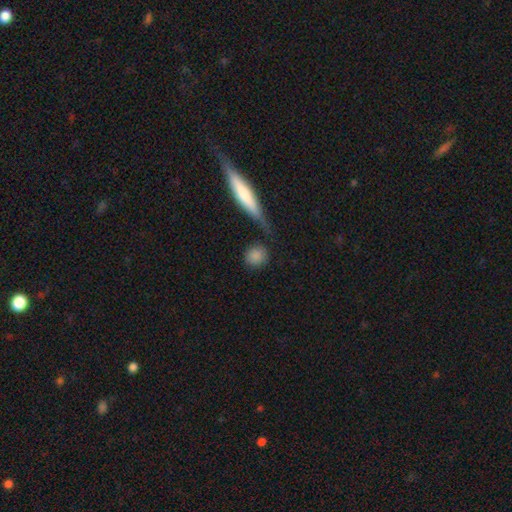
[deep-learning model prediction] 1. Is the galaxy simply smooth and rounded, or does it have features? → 84% smooth, 9% star or artifact, 7% featured or disk.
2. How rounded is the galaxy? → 82% round, 14% in between, 5% cigar-shaped.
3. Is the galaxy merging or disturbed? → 74% none, 12% minor disturbance, 8% merger, 6% major disturbance.